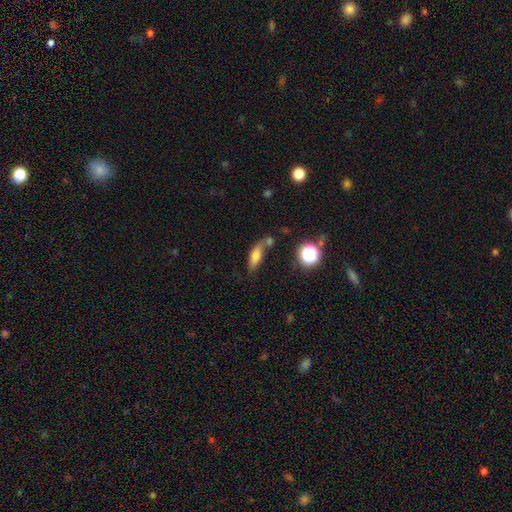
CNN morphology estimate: smooth 67%, featured or disk 21%, star or artifact 12%. Down the decision tree: how rounded — in between (59%); merging — none (50%).